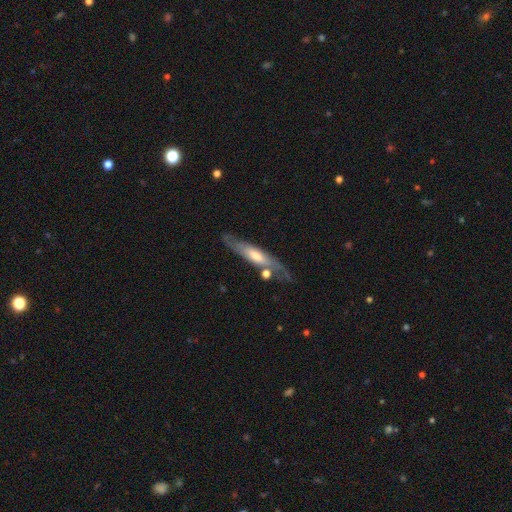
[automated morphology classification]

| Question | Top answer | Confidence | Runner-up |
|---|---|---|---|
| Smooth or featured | featured or disk | 69% | smooth (25%) |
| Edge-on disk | yes | 59% | no (41%) |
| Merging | none | 69% | minor disturbance (17%) |